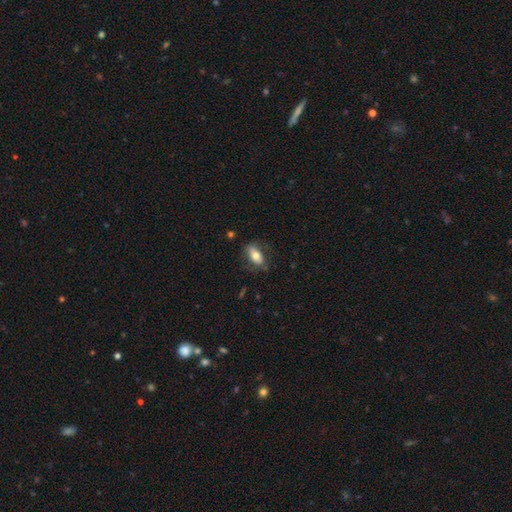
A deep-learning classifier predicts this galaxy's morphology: smooth-or-featured: smooth: 66% | featured or disk: 27% | star or artifact: 7%
  how-rounded: in between: 83% | cigar-shaped: 13% | round: 5%
  merging: none: 71% | minor disturbance: 19% | major disturbance: 8% | merger: 2%